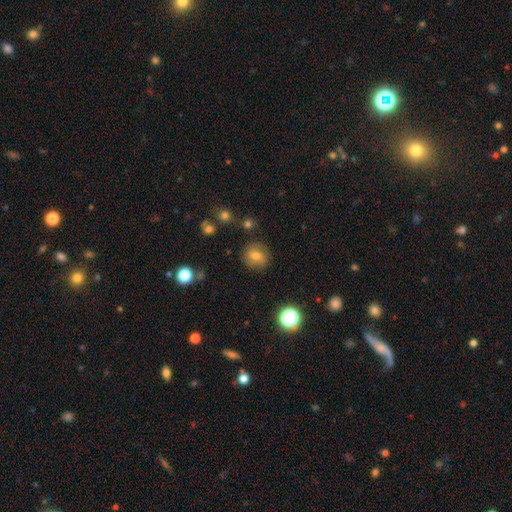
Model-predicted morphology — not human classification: The model was most divided on "smooth or featured": smooth: 69%, featured or disk: 18%, star or artifact: 13%. More confident: merging — none (82%); how rounded — round (78%).